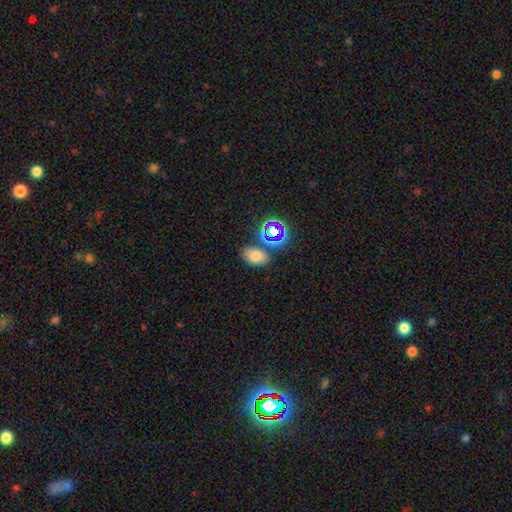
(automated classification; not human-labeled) smooth 69%, star or artifact 20%, featured or disk 11%. Down the decision tree: how rounded — in between (81%); merging — none (73%).